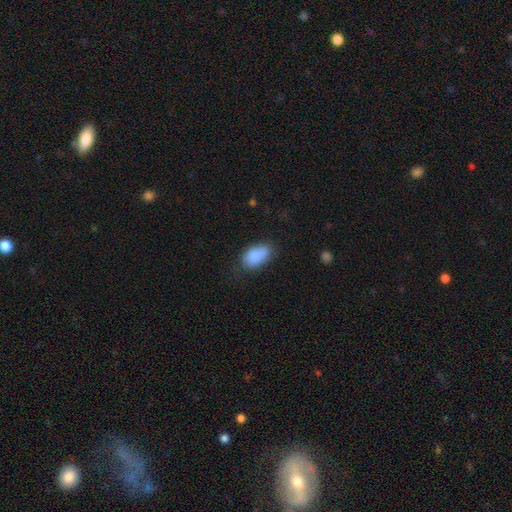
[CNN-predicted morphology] The model was most divided on "merging": none: 60%, minor disturbance: 26%, major disturbance: 7%, merger: 6%. More confident: how rounded — in between (91%); smooth or featured — smooth (84%).